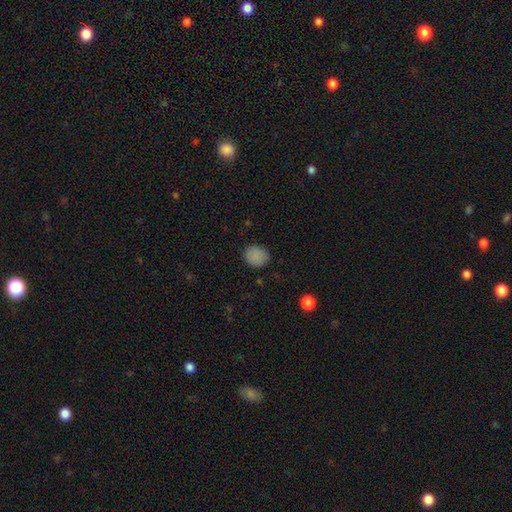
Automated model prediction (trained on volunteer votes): Morphology: type=smooth (86%); roundness=round (64%); merging=none (86%).